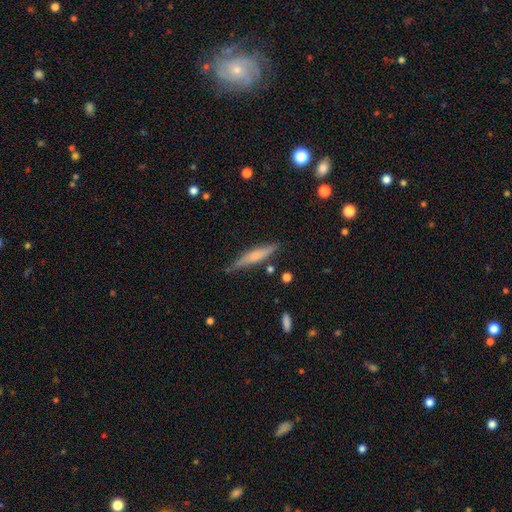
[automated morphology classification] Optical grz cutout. It shows a smooth galaxy with no disk features (53%) that is cigar-shaped (89%). Merging: none (75%).